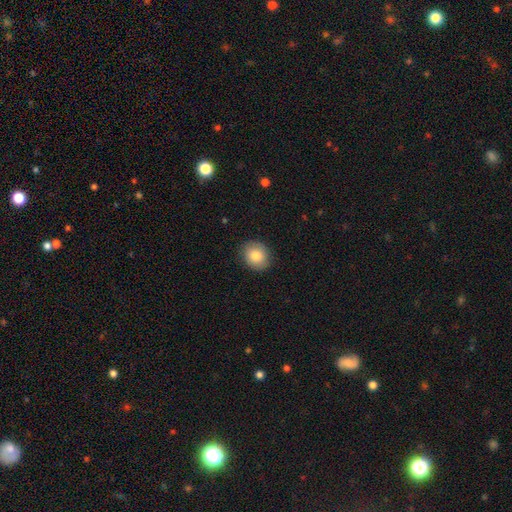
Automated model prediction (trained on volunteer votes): Smooth or featured? smooth (81%)
How rounded? round (70%)
Merging? none (88%)